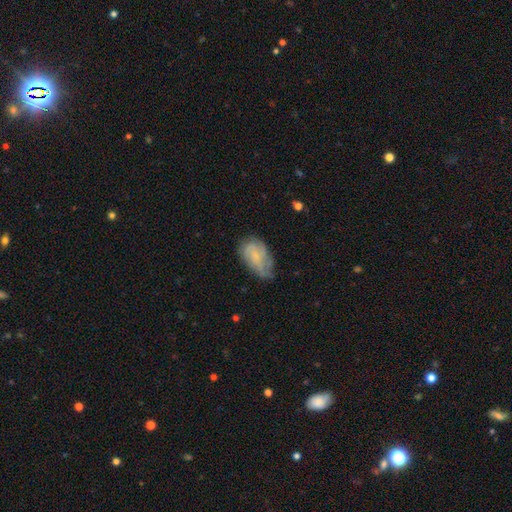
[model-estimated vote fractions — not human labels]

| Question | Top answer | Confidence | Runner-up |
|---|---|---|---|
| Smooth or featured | featured or disk | 50% | smooth (42%) |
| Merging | none | 50% | minor disturbance (35%) |